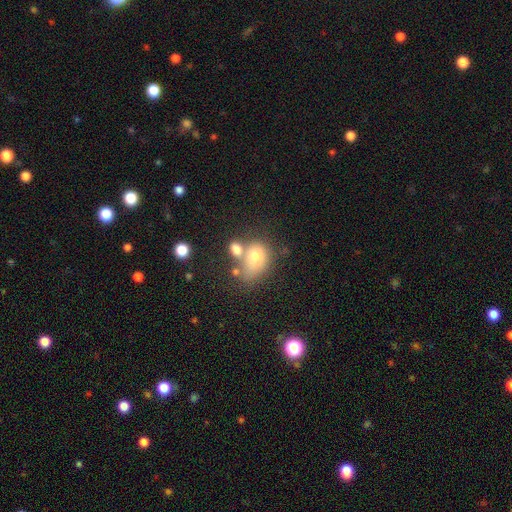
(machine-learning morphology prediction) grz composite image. It shows a smooth galaxy with no disk features (70%) that is in between round and cigar-shaped (63%). Merging: merger (39%).